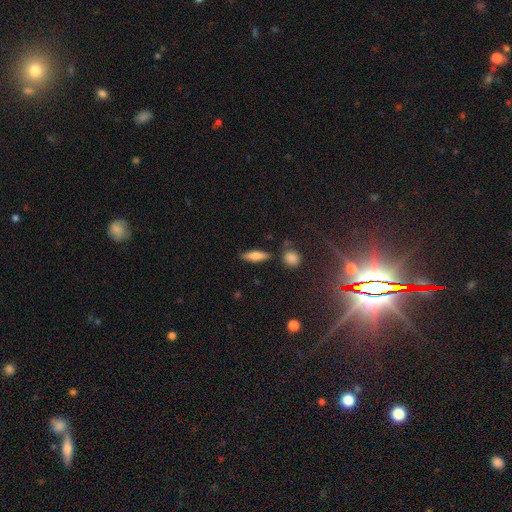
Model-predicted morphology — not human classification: smooth_or_featured: smooth (p=0.69) [alt: featured or disk p=0.23]
how_rounded: cigar-shaped (p=0.54) [alt: in between p=0.43]
merging: none (p=0.81) [alt: minor disturbance p=0.12]